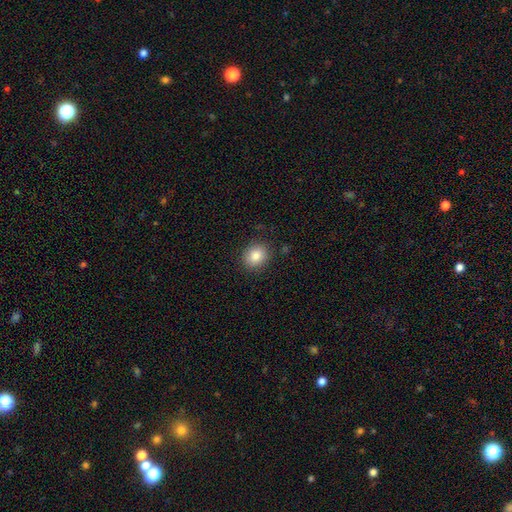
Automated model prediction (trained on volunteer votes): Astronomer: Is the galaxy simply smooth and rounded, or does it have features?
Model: smooth — 85%.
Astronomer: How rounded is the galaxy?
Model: round — 65%.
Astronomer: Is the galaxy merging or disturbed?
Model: none — 86%.